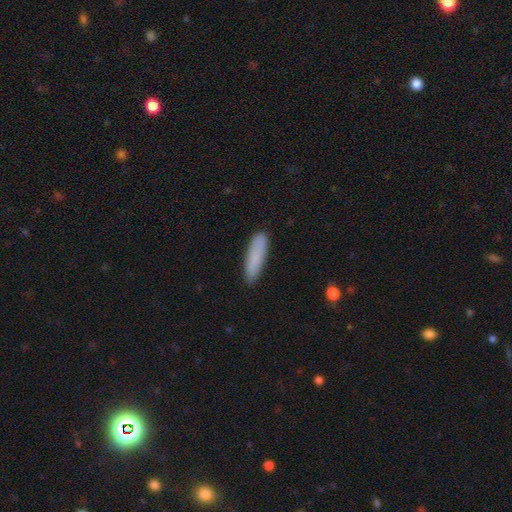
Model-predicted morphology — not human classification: Smooth or featured?
  - smooth: 84% *
  - featured or disk: 10%
  - star or artifact: 6%
How rounded?
  - cigar-shaped: 72% *
  - in between: 26%
  - round: 2%
Merging?
  - none: 86% *
  - minor disturbance: 11%
  - major disturbance: 2%
  - merger: 1%